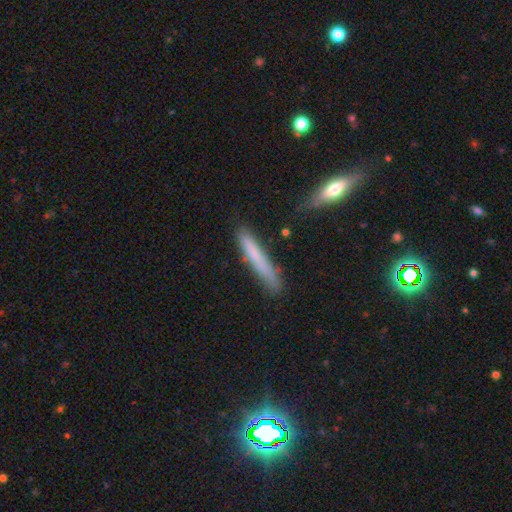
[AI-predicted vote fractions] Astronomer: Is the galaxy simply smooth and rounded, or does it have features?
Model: smooth — 70%.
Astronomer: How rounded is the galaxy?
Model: cigar-shaped — 95%.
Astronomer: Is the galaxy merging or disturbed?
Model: none — 78%.